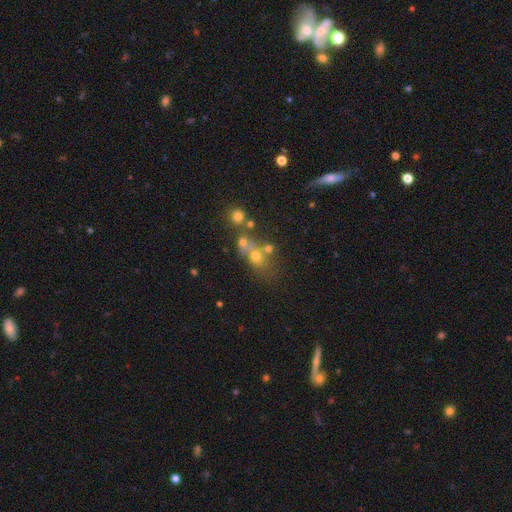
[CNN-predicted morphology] The model was most divided on "merging": merger: 41%, none: 40%, minor disturbance: 11%, major disturbance: 8%. More confident: how rounded — round (59%); smooth or featured — smooth (53%).